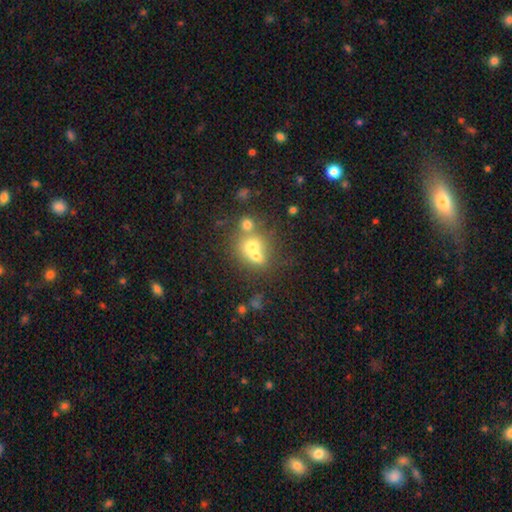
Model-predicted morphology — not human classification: Smooth or featured? smooth (63%)
How rounded? round (72%)
Merging? merger (59%)